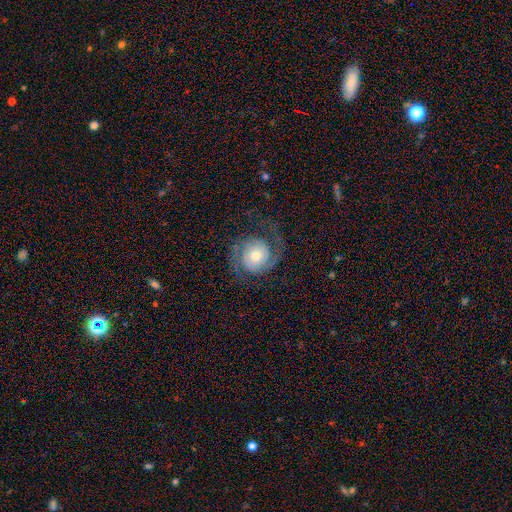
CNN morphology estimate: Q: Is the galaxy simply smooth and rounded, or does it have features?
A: featured or disk — 81%.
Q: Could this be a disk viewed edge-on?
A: no — 98%.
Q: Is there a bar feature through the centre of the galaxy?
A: no — 74%.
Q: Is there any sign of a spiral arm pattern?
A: yes — 95%.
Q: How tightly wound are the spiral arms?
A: medium — 45%.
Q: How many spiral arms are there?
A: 2 — 88%.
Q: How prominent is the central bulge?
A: moderate — 53%.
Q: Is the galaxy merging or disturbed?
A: none — 71%.